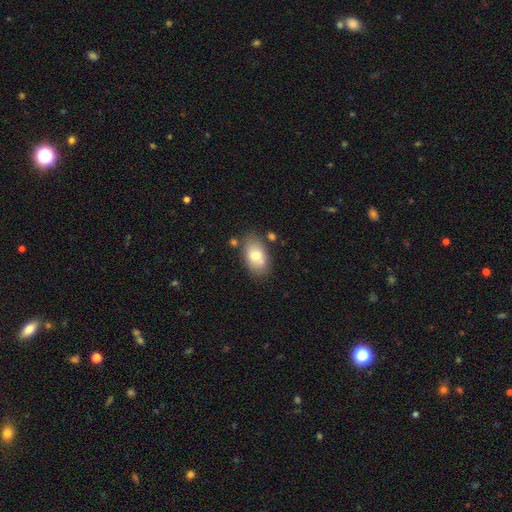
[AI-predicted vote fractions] Smooth or featured? Predicted: smooth (p=0.72). How rounded? Predicted: in between (p=0.90). Merging? Predicted: none (p=0.69).